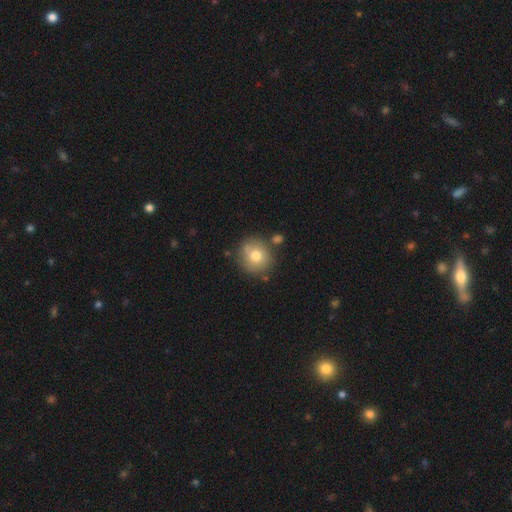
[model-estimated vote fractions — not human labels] Morphology: type=smooth (76%); roundness=round (90%); merging=none (77%).